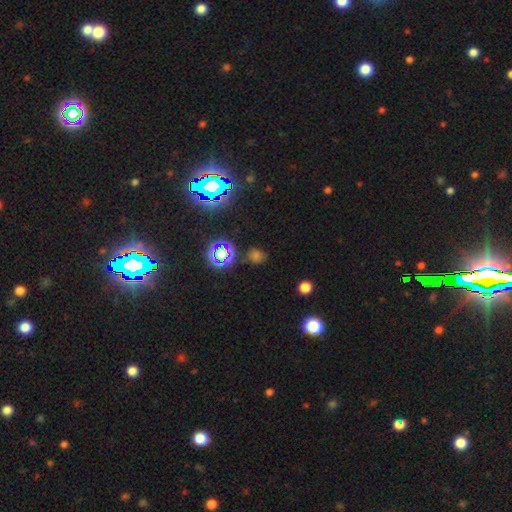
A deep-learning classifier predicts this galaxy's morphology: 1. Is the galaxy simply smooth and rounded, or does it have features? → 52% star or artifact, 40% smooth, 9% featured or disk.